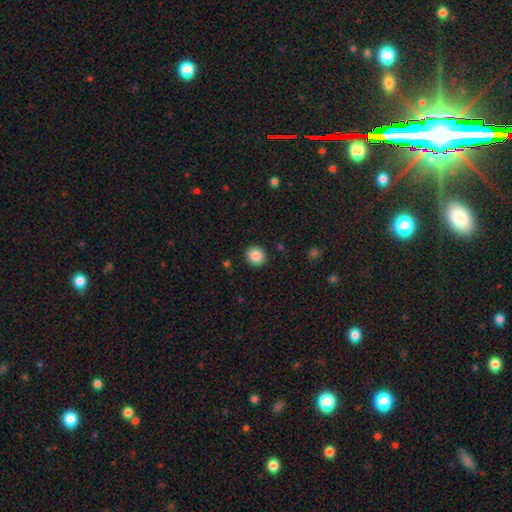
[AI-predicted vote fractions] This appears to be a smooth galaxy with no disk features (87%) that is round (89%). Merging: none (91%).